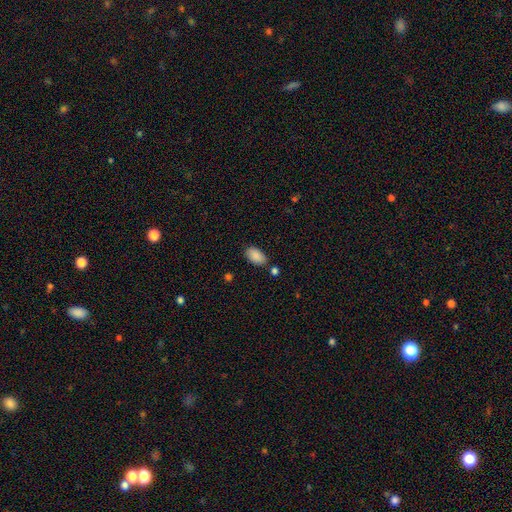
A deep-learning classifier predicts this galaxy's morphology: Smooth or featured?
  - smooth: 89% *
  - star or artifact: 7%
  - featured or disk: 4%
How rounded?
  - in between: 94% *
  - round: 5%
  - cigar-shaped: 2%
Merging?
  - none: 77% *
  - minor disturbance: 14%
  - merger: 6%
  - major disturbance: 3%